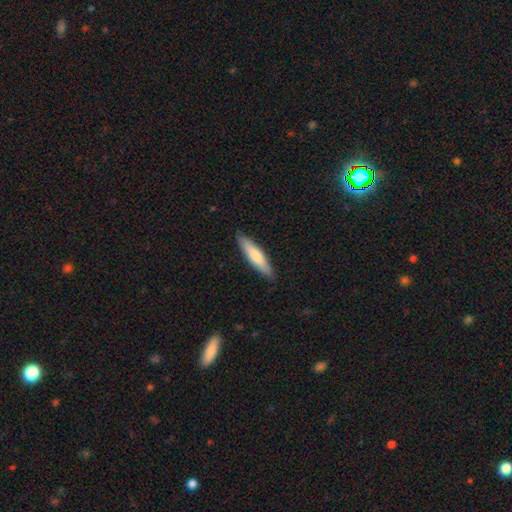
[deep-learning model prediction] This appears to be a smooth galaxy with no disk features (68%) that is cigar-shaped (81%). Merging: none (89%).